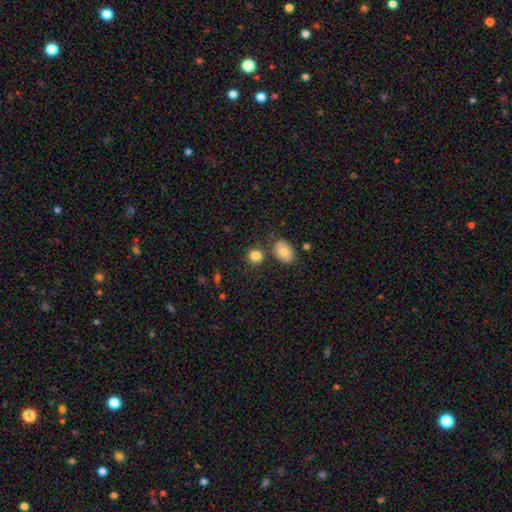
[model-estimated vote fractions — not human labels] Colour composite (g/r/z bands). It shows a smooth galaxy with no disk features (84%) that is round (70%). Merging: none (75%).